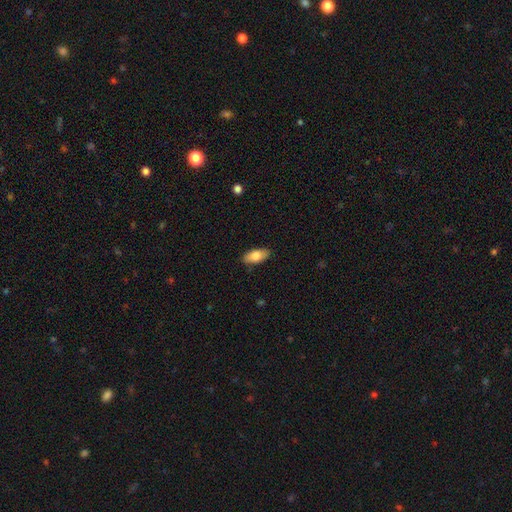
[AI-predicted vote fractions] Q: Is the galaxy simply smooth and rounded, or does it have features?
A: smooth — 81%.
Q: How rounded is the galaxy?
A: in between — 89%.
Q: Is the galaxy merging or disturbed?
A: none — 87%.